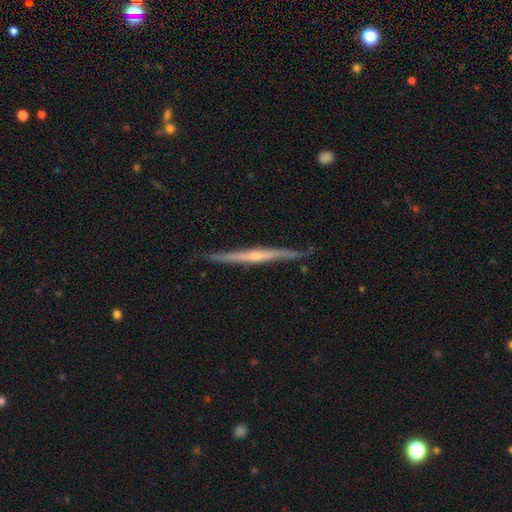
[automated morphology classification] Q: Smooth or featured?
A: featured or disk (75%); runner-up: smooth (20%)
Q: Edge-on disk?
A: yes (98%); runner-up: no (2%)
Q: Edge-on bulge?
A: rounded (51%); runner-up: none (41%)
Q: Merging?
A: none (86%); runner-up: minor disturbance (11%)